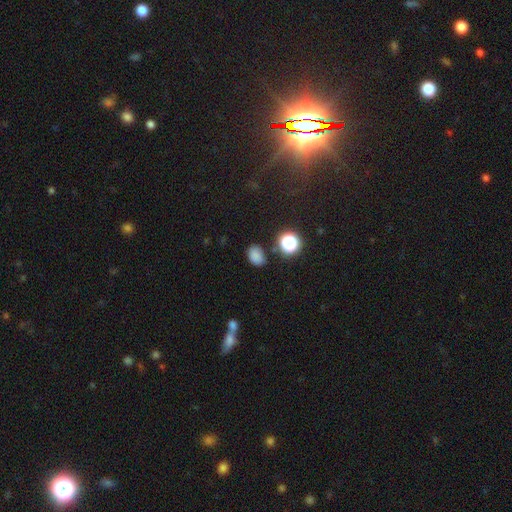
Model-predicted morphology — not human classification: smooth_or_featured: smooth (p=0.79) [alt: star or artifact p=0.16]
how_rounded: in between (p=0.72) [alt: round p=0.26]
merging: none (p=0.77) [alt: minor disturbance p=0.15]